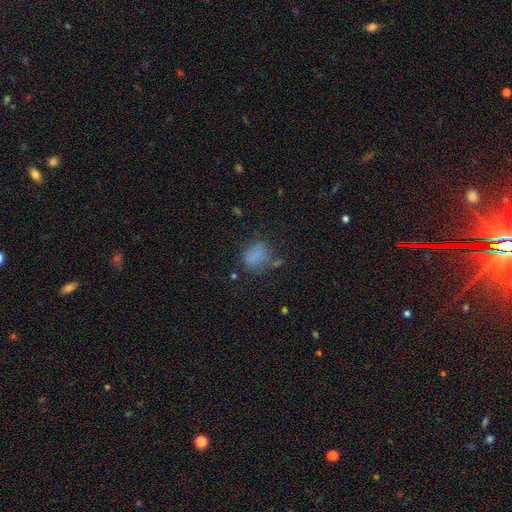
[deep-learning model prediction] Smooth or featured?
  - smooth: 72% *
  - star or artifact: 14%
  - featured or disk: 14%
How rounded?
  - in between: 54% *
  - round: 44%
  - cigar-shaped: 2%
Merging?
  - none: 55% *
  - minor disturbance: 24%
  - major disturbance: 14%
  - merger: 7%